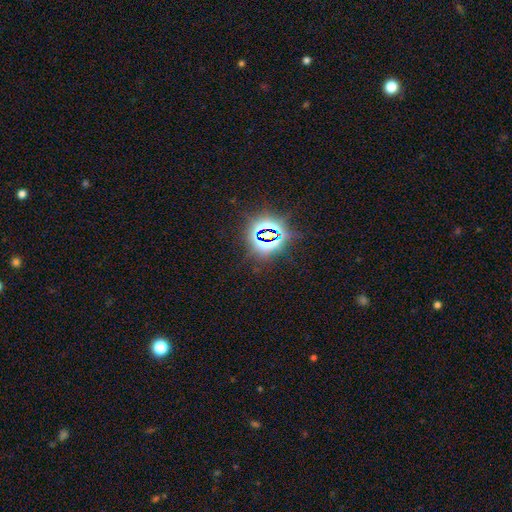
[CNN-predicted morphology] star or artifact 80%, smooth 13%, featured or disk 7%.